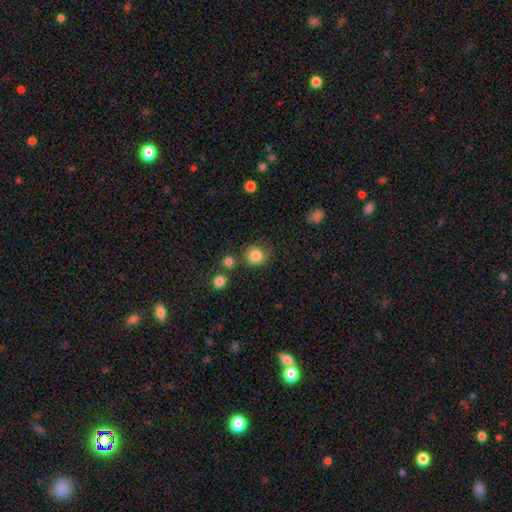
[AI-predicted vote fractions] A smooth galaxy with no disk features (84%) that is round (90%).

Vote fractions:
- Smooth or featured? smooth: 84% / star or artifact: 10% / featured or disk: 6%
- How rounded? round: 90% / in between: 10% / cigar-shaped: 1%
- Merging? none: 76% / minor disturbance: 12% / merger: 8% / major disturbance: 4%